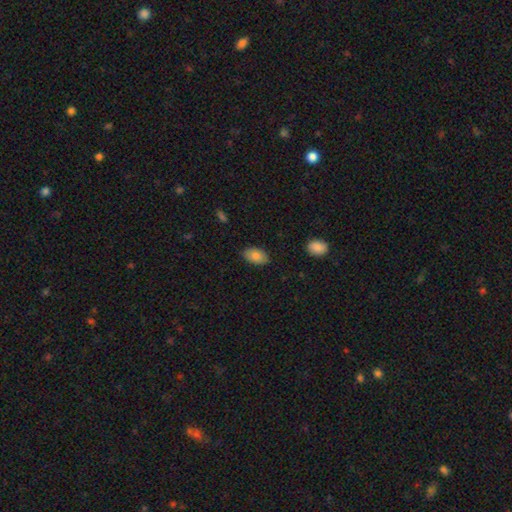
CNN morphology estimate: This is clearly a smooth galaxy (83%). How rounded: clearly in between (92%). Merging: clearly none (84%).